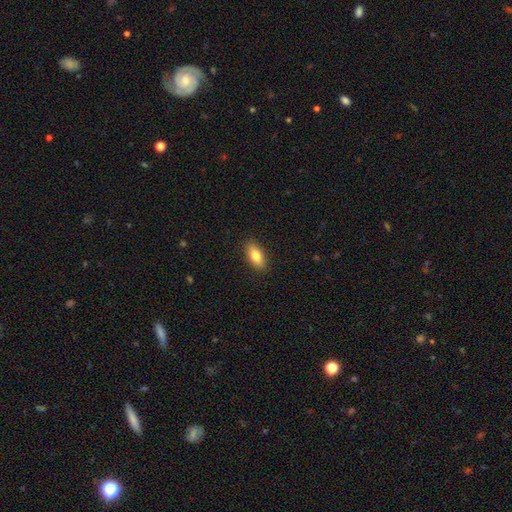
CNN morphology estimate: The model was most divided on "smooth or featured": smooth: 81%, featured or disk: 12%, star or artifact: 7%. More confident: merging — none (89%); how rounded — in between (87%).